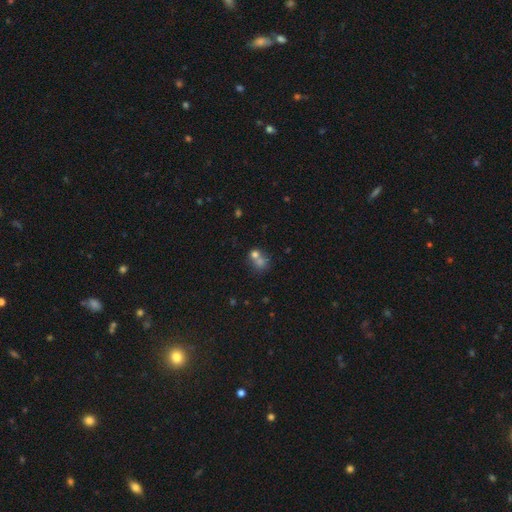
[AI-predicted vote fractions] smooth 66%, star or artifact 18%, featured or disk 16%. Down the decision tree: how rounded — round (74%); merging — merger (56%).